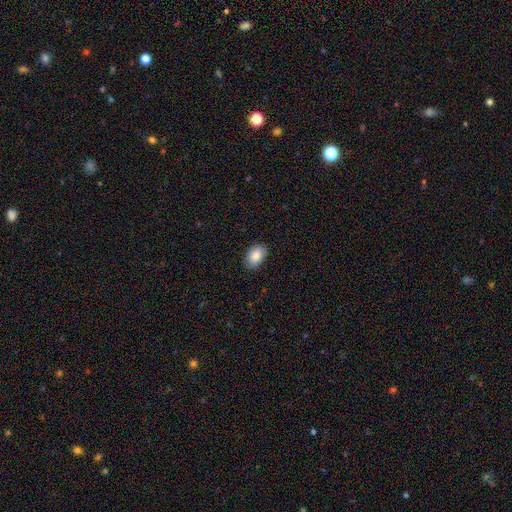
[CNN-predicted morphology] Q: Smooth or featured?
A: smooth (84%); runner-up: featured or disk (9%)
Q: How rounded?
A: in between (87%); runner-up: round (12%)
Q: Merging?
A: none (85%); runner-up: minor disturbance (12%)